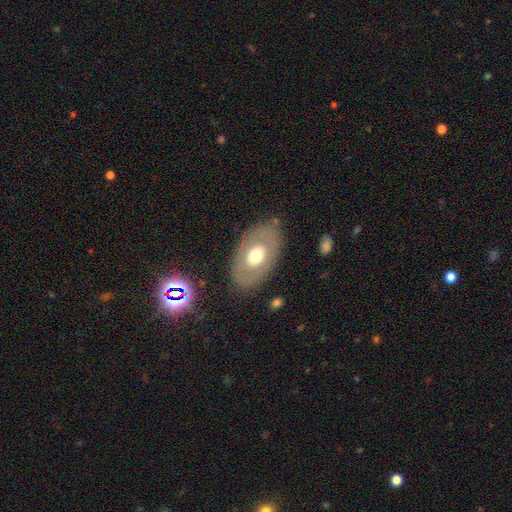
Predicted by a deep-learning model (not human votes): Smooth or featured: smooth — 52% (featured or disk — 41%)
How rounded: in between — 86% (round — 12%)
Merging: none — 82% (minor disturbance — 11%)